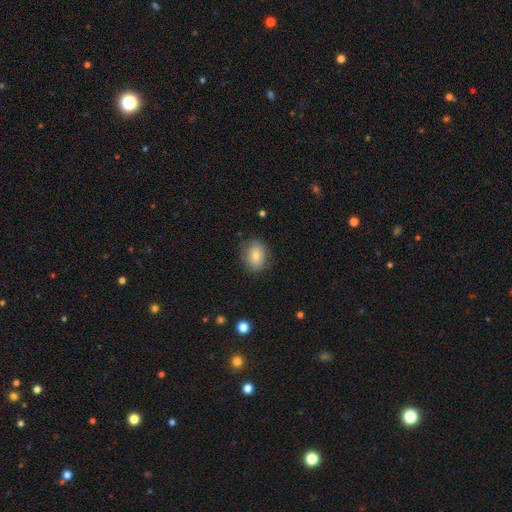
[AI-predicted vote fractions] smooth 73%, featured or disk 19%, star or artifact 8%. Down the decision tree: how rounded — in between (61%); merging — none (76%).